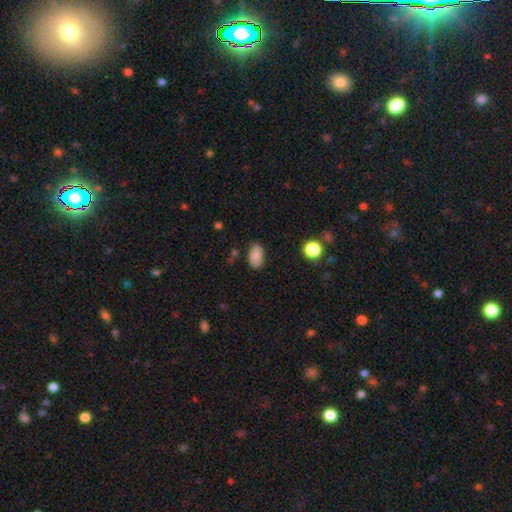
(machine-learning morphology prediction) Smooth or featured?
  - smooth: 77% *
  - featured or disk: 13%
  - star or artifact: 9%
How rounded?
  - in between: 92% *
  - round: 6%
  - cigar-shaped: 2%
Merging?
  - none: 76% *
  - minor disturbance: 17%
  - major disturbance: 4%
  - merger: 3%